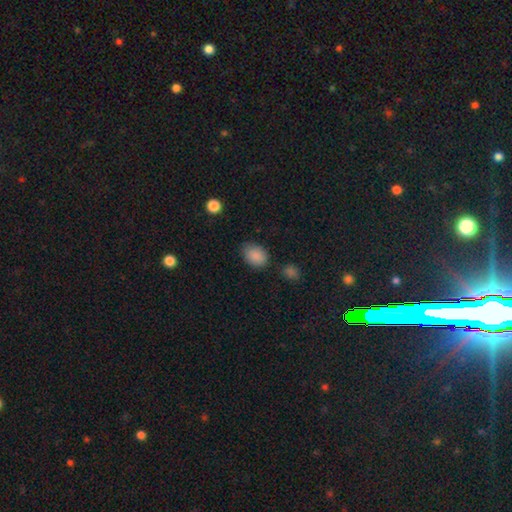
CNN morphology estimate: A smooth galaxy with no disk features (88%) that is in between round and cigar-shaped (70%).

Vote fractions:
- Smooth or featured? smooth: 88% / star or artifact: 8% / featured or disk: 4%
- How rounded? in between: 70% / round: 28% / cigar-shaped: 1%
- Merging? none: 74% / minor disturbance: 18% / major disturbance: 4% / merger: 4%